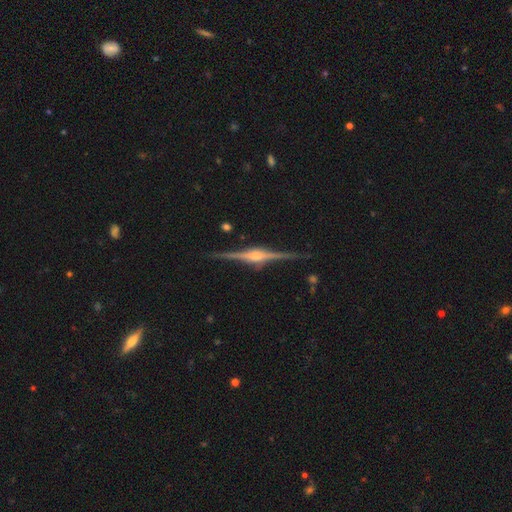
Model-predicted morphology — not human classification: Smooth or featured?
  - featured or disk: 90% *
  - smooth: 5%
  - star or artifact: 5%
Edge-on disk?
  - yes: 98% *
  - no: 2%
Edge-on bulge?
  - rounded: 86% *
  - boxy: 11%
  - none: 3%
Merging?
  - none: 89% *
  - minor disturbance: 8%
  - major disturbance: 2%
  - merger: 1%